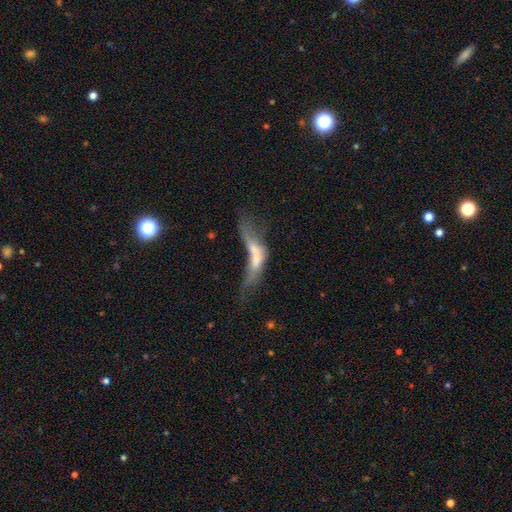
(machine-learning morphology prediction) type=featured or disk (49%); merging=merger (53%).